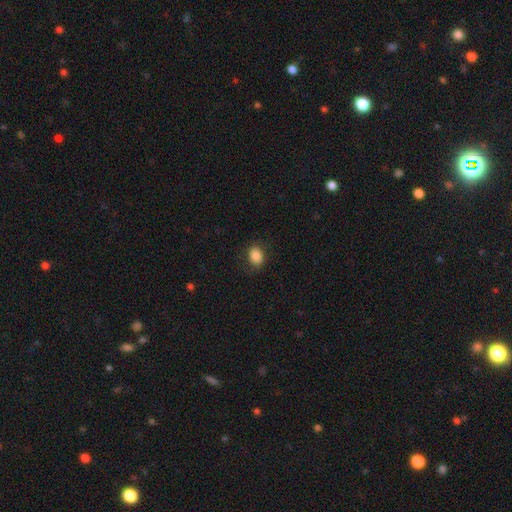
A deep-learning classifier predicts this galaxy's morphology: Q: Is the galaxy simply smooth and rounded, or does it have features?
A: smooth — 86%.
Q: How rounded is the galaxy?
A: in between — 64%.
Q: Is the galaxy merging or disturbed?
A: none — 82%.